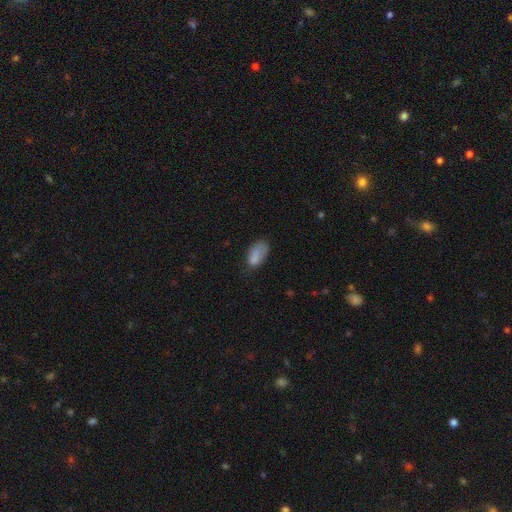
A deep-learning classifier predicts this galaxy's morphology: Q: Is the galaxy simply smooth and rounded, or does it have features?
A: smooth — 80%.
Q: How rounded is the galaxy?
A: in between — 91%.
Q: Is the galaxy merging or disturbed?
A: none — 49%.